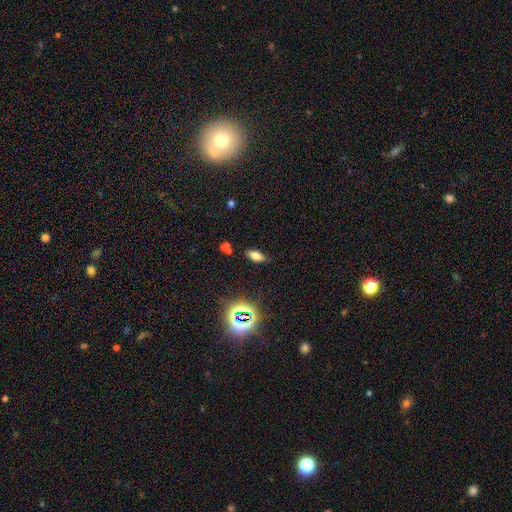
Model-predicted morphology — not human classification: Q: Smooth or featured?
A: smooth (64%); runner-up: star or artifact (20%)
Q: How rounded?
A: in between (82%); runner-up: cigar-shaped (13%)
Q: Merging?
A: none (80%); runner-up: minor disturbance (13%)